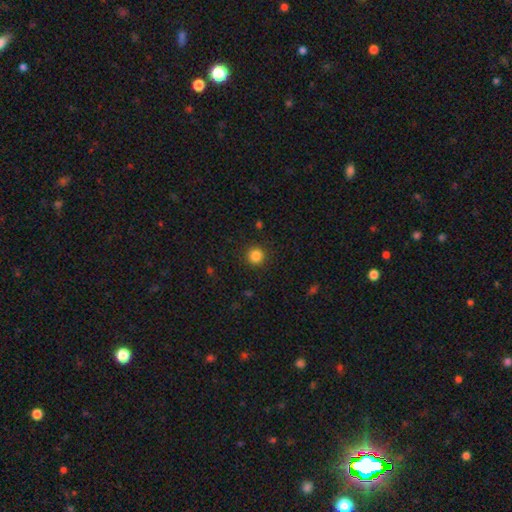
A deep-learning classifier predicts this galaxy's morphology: A smooth galaxy with no disk features (85%) that is round (94%). Merging: none (91%).